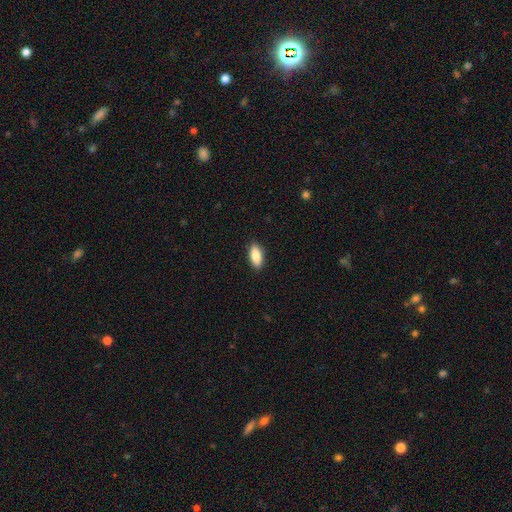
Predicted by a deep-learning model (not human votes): This appears to be a smooth galaxy with no disk features (84%) that is in between round and cigar-shaped (85%). Merging: none (90%).